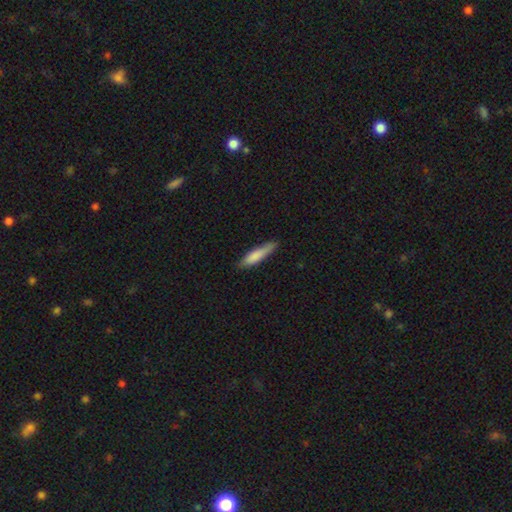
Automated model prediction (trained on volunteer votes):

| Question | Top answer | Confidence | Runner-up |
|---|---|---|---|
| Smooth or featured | smooth | 79% | featured or disk (15%) |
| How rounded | cigar-shaped | 79% | in between (19%) |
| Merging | none | 74% | minor disturbance (21%) |